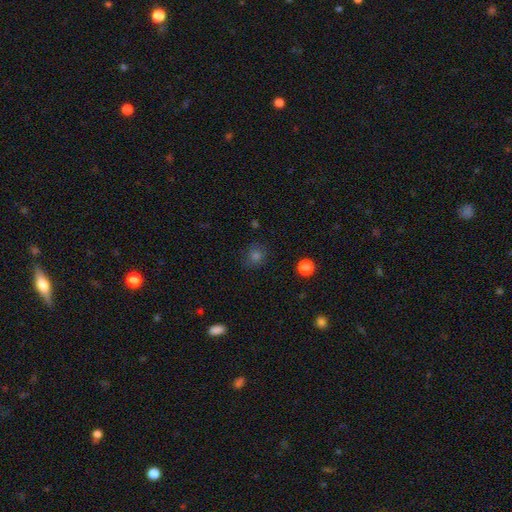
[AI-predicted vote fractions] A smooth galaxy with no disk features (72%) that is round (85%).

Vote fractions:
- Smooth or featured? smooth: 72% / star or artifact: 22% / featured or disk: 6%
- How rounded? round: 85% / in between: 14% / cigar-shaped: 1%
- Merging? none: 85% / minor disturbance: 10% / major disturbance: 3% / merger: 2%